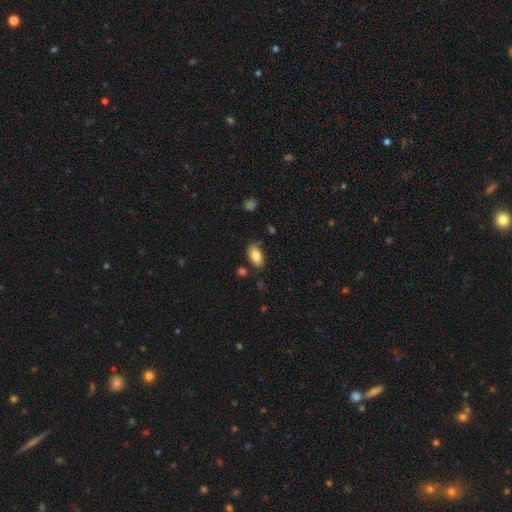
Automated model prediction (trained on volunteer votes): Overall: smooth (85%). How rounded: in between (93%). Merging: none (76%).